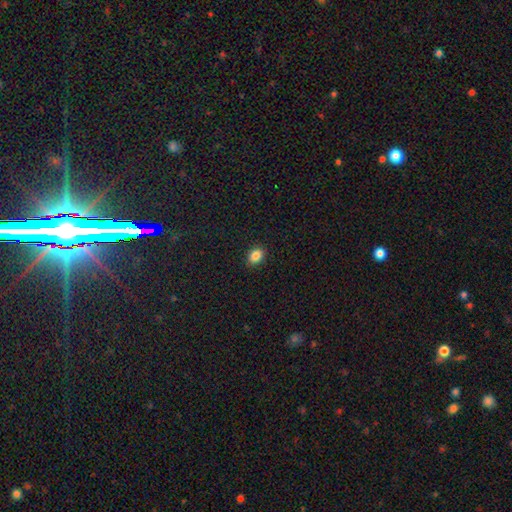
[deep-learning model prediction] Smooth or featured? Predicted: smooth (p=0.86). How rounded? Predicted: in between (p=0.67). Merging? Predicted: none (p=0.90).